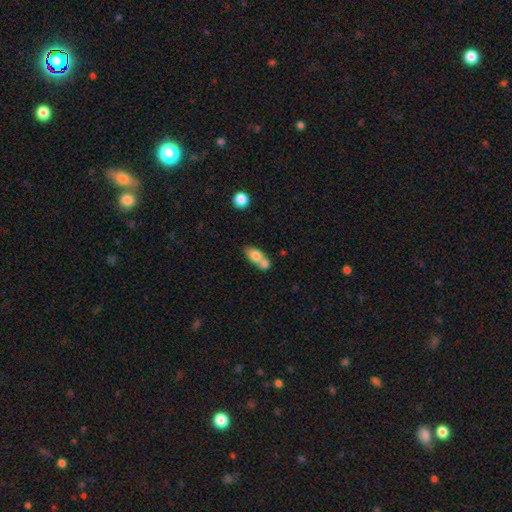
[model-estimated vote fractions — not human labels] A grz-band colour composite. It shows a smooth galaxy with no disk features (75%) that is in between round and cigar-shaped (74%). Merging: merger (62%).